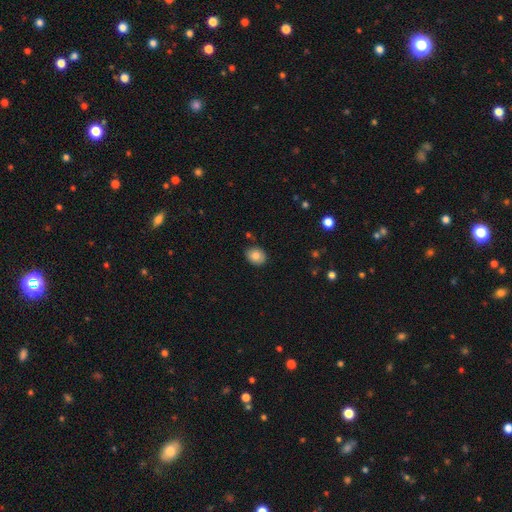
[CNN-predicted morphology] A smooth galaxy with no disk features (81%) that is round (59%). Merging: none (85%).